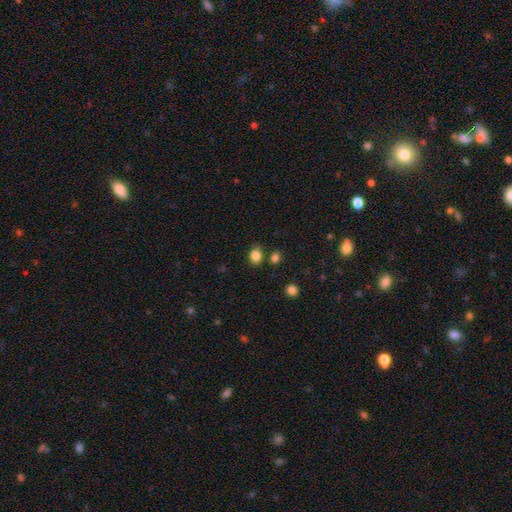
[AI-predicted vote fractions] Overall: smooth (84%). How rounded: in between (55%; round 44%). Merging: none (77%).